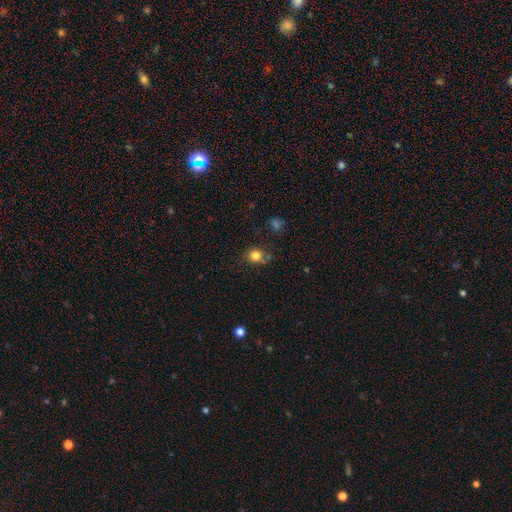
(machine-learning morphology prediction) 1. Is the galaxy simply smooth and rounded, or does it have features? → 82% smooth, 12% star or artifact, 6% featured or disk.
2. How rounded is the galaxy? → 73% round, 26% in between, 1% cigar-shaped.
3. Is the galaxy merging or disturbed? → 69% none, 18% minor disturbance, 7% merger, 5% major disturbance.